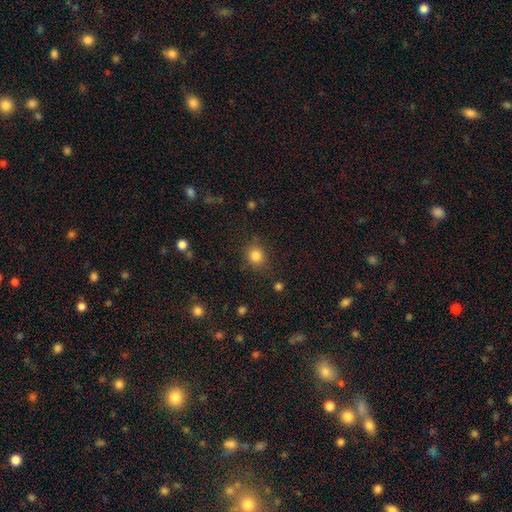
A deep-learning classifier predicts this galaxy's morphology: This is clearly a smooth galaxy (83%). How rounded: likely round (79%). Merging: clearly none (83%).